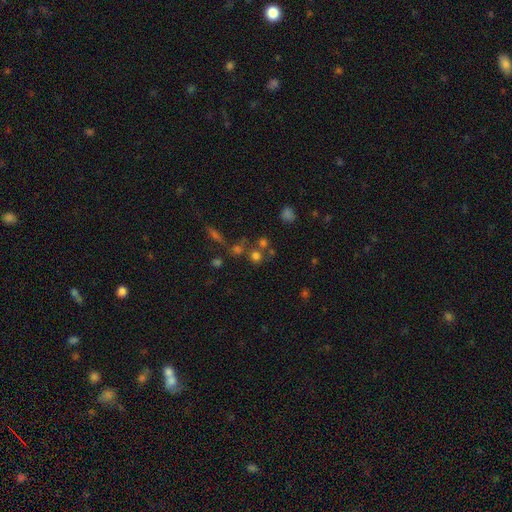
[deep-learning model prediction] Morphology: type=smooth (64%); roundness=round (89%); merging=none (61%).